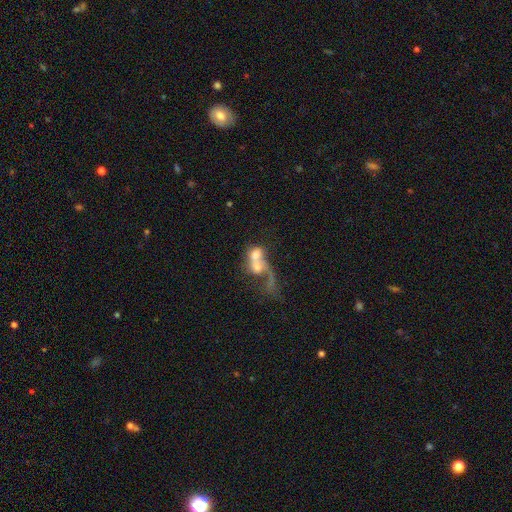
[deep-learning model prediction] Morphology: type=smooth (48%); merging=merger (76%).